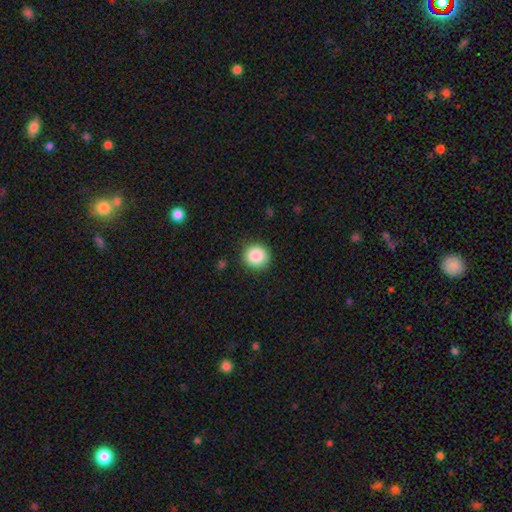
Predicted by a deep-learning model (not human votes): smooth_or_featured: smooth (p=0.87) [alt: star or artifact p=0.09]
how_rounded: round (p=0.93) [alt: in between p=0.06]
merging: none (p=0.90) [alt: minor disturbance p=0.07]